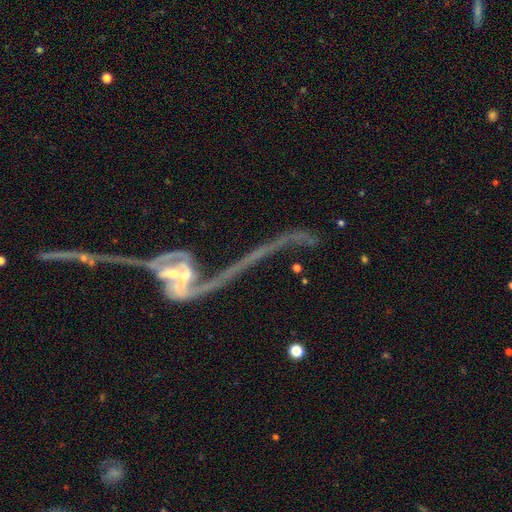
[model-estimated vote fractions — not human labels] Smooth or featured? Predicted: featured or disk (p=0.80). Edge-on disk? Predicted: no (p=0.81). Bar? Predicted: no (p=0.44). Spiral arms? Predicted: yes (p=0.79). Spiral winding? Predicted: loose (p=0.79). Spiral arm count? Predicted: 2 (p=0.76). Bulge size? Predicted: small (p=0.45). Merging? Predicted: merger (p=0.40).